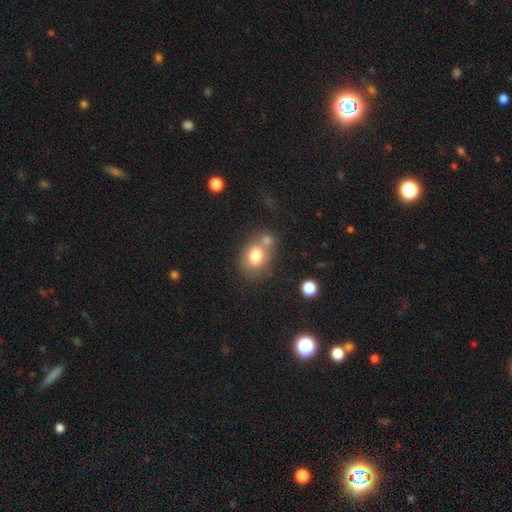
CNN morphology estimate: Q: Smooth or featured?
A: smooth (76%); runner-up: featured or disk (15%)
Q: How rounded?
A: in between (52%); runner-up: round (47%)
Q: Merging?
A: none (43%); runner-up: merger (38%)